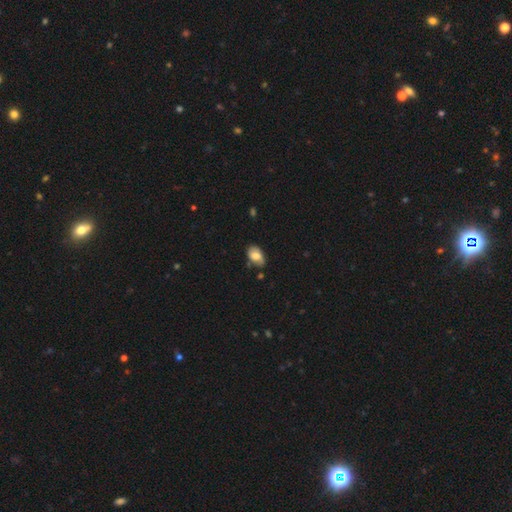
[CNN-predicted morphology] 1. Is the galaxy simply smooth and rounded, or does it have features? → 77% smooth, 15% featured or disk, 7% star or artifact.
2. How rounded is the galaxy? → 90% in between, 8% round, 1% cigar-shaped.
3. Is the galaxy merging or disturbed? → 64% none, 27% minor disturbance, 5% major disturbance, 4% merger.